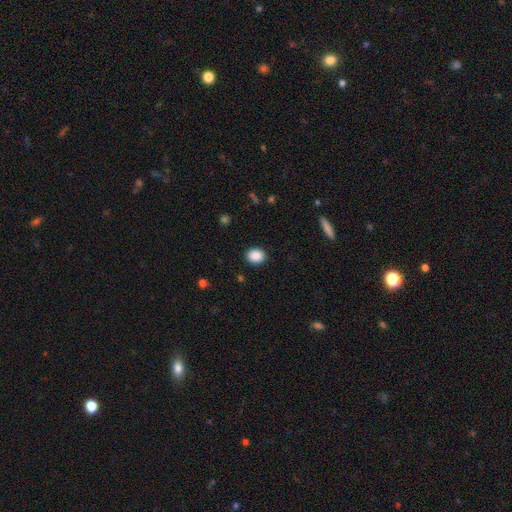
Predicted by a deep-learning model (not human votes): Q: Smooth or featured?
A: smooth (89%); runner-up: star or artifact (8%)
Q: How rounded?
A: in between (52%); runner-up: round (47%)
Q: Merging?
A: none (90%); runner-up: minor disturbance (7%)